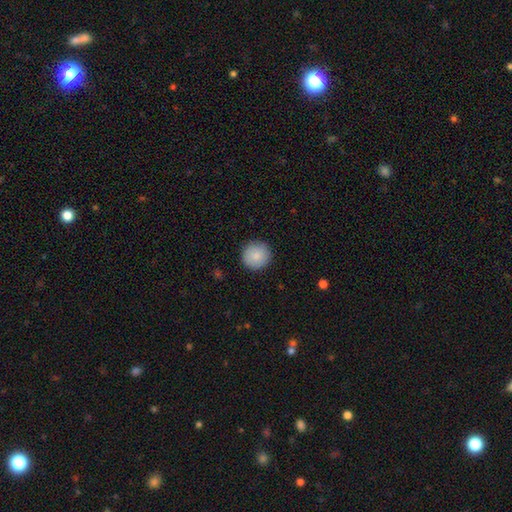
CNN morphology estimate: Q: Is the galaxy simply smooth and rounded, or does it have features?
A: smooth — 87%.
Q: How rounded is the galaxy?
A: round — 95%.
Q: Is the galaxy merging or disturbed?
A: none — 91%.